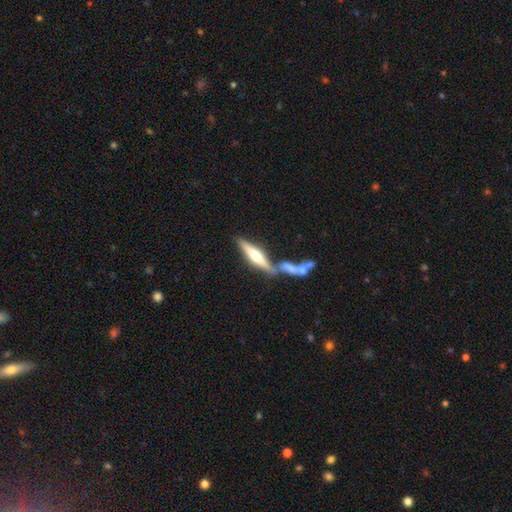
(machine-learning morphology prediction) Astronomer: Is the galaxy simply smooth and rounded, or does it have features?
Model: featured or disk — 60%.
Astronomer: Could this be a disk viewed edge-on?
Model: yes — 93%.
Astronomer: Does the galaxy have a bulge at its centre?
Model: rounded — 88%.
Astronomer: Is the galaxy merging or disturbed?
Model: none — 50% (runner-up: merger, 34%).